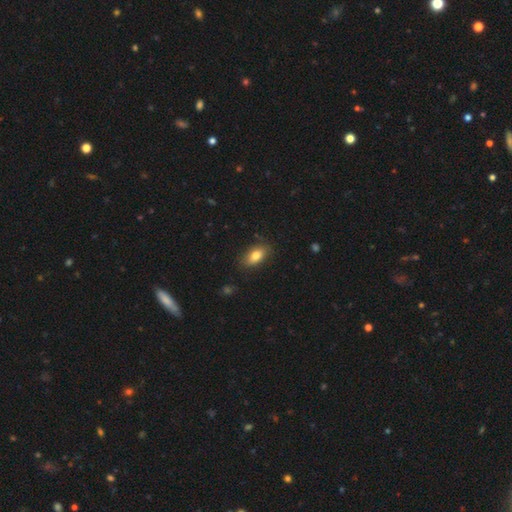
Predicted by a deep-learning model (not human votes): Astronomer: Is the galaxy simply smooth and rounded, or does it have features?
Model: smooth — 79%.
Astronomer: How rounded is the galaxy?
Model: in between — 87%.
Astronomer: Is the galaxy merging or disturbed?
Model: none — 82%.